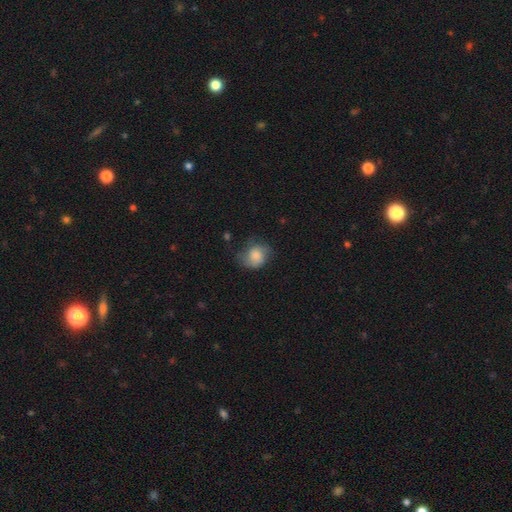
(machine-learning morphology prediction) Smooth or featured? Predicted: smooth (p=0.76). How rounded? Predicted: round (p=0.69). Merging? Predicted: none (p=0.48).